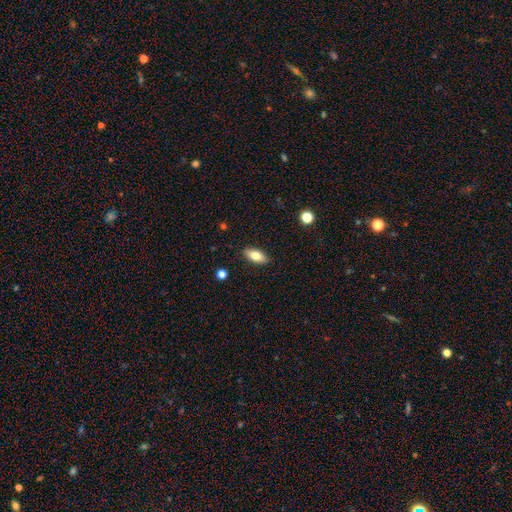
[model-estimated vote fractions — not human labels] smooth-or-featured: smooth: 76% | featured or disk: 17% | star or artifact: 7%
  how-rounded: in between: 85% | cigar-shaped: 12% | round: 3%
  merging: none: 89% | minor disturbance: 8% | major disturbance: 2% | merger: 1%